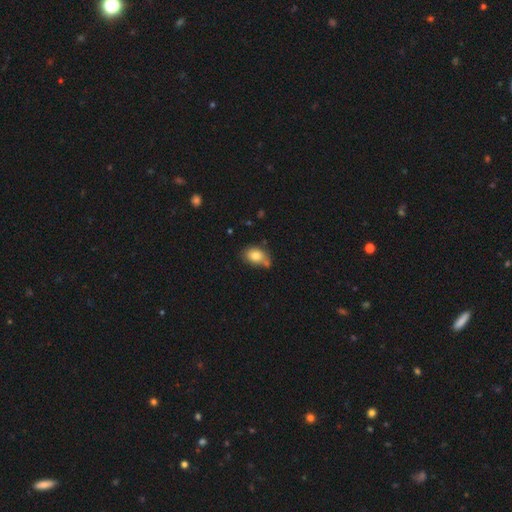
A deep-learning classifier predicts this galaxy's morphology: Smooth or featured?
  - smooth: 80% *
  - featured or disk: 11%
  - star or artifact: 9%
How rounded?
  - in between: 75% *
  - round: 24%
  - cigar-shaped: 1%
Merging?
  - none: 59% *
  - minor disturbance: 21%
  - merger: 16%
  - major disturbance: 5%